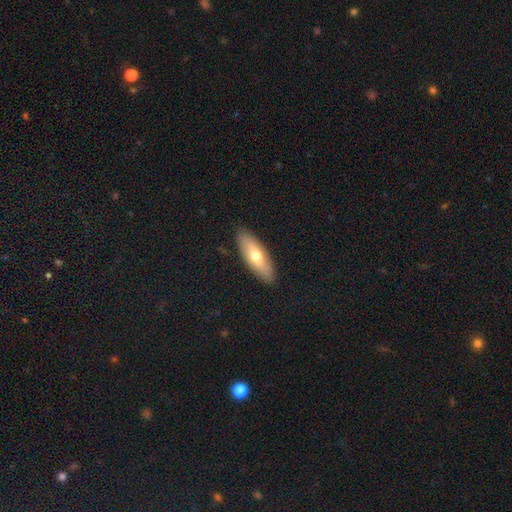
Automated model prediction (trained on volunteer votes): This is likely a smooth galaxy (65%). How rounded: likely in between (63%). Merging: clearly none (88%).